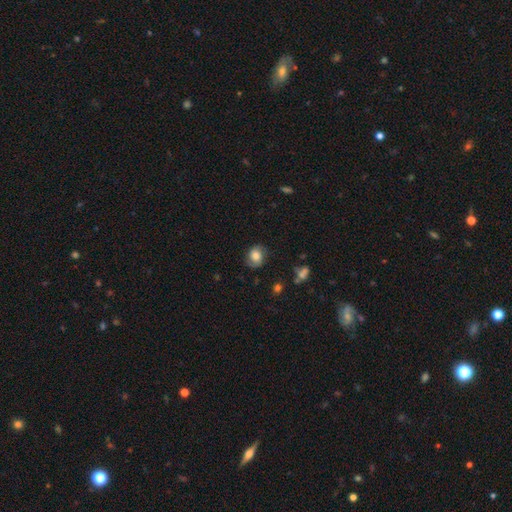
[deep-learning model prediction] Morphology: type=smooth (61%); roundness=round (53%); merging=none (74%).